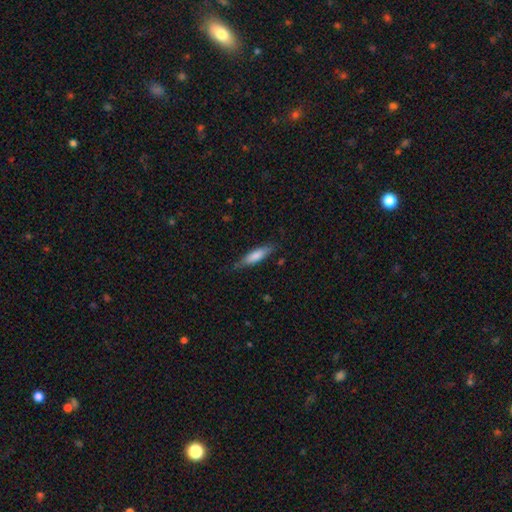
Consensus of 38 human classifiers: smooth 84%, featured or disk 11%, star or artifact 5%. Down the decision tree: how rounded — cigar-shaped (84%); merging — none (78%).